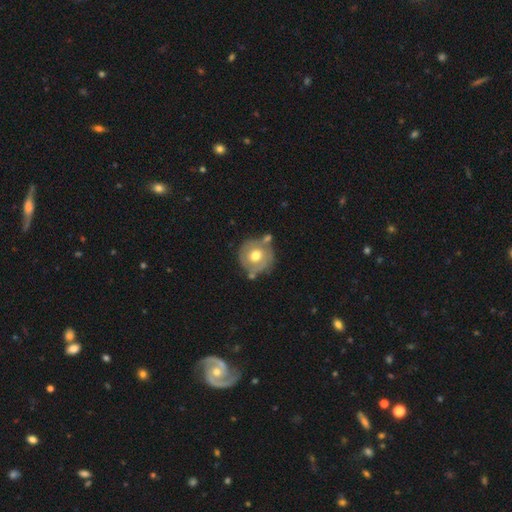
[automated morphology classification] A smooth galaxy with no disk features (49%).

Vote fractions:
- Smooth or featured? smooth: 49% / featured or disk: 45% / star or artifact: 6%
- Merging? none: 59% / minor disturbance: 20% / merger: 14% / major disturbance: 7%